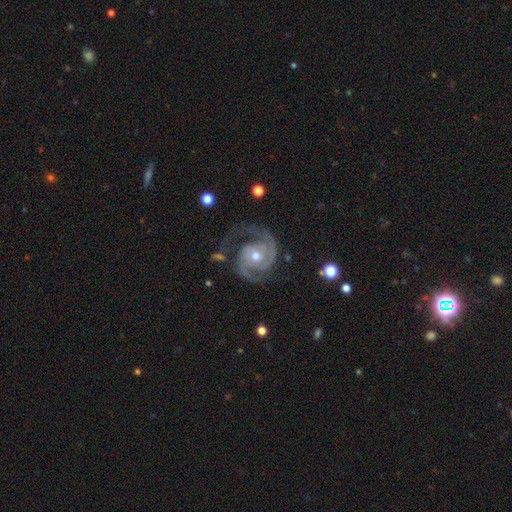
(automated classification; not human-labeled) smooth_or_featured: featured or disk (p=0.92) [alt: star or artifact p=0.04]
disk_edge_on: no (p=0.98) [alt: yes p=0.02]
bar: no (p=0.70) [alt: weak p=0.23]
has_spiral_arms: yes (p=0.98) [alt: no p=0.02]
spiral_winding: tight (p=0.47) [alt: medium p=0.45]
spiral_arm_count: 2 (p=0.89) [alt: 3 p=0.04]
bulge_size: moderate (p=0.69) [alt: small p=0.26]
merging: none (p=0.70) [alt: minor disturbance p=0.17]